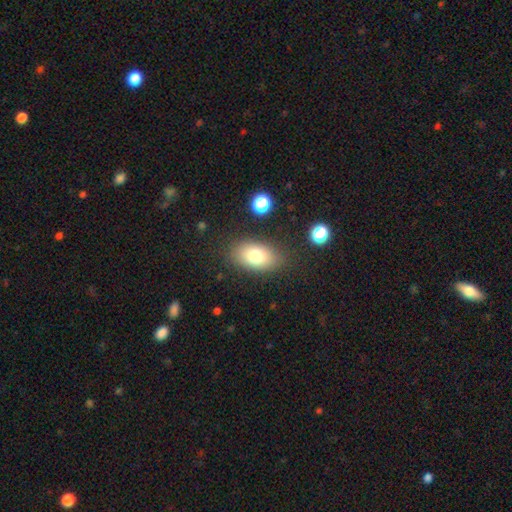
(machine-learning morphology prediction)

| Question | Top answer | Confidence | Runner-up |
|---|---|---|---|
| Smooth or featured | smooth | 77% | featured or disk (13%) |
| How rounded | in between | 89% | round (9%) |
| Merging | none | 82% | minor disturbance (12%) |